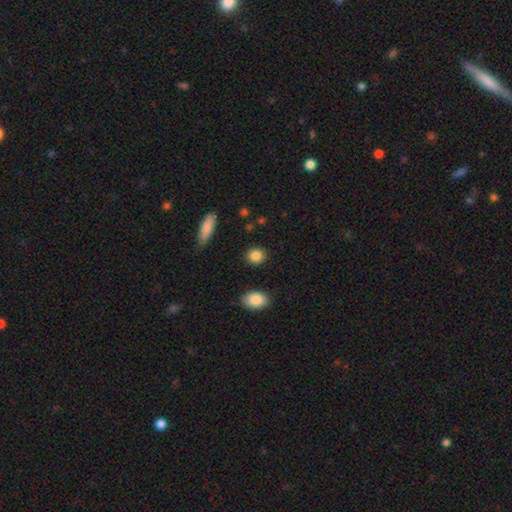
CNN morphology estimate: smooth 87%, star or artifact 8%, featured or disk 5%. Down the decision tree: how rounded — round (80%); merging — none (90%).